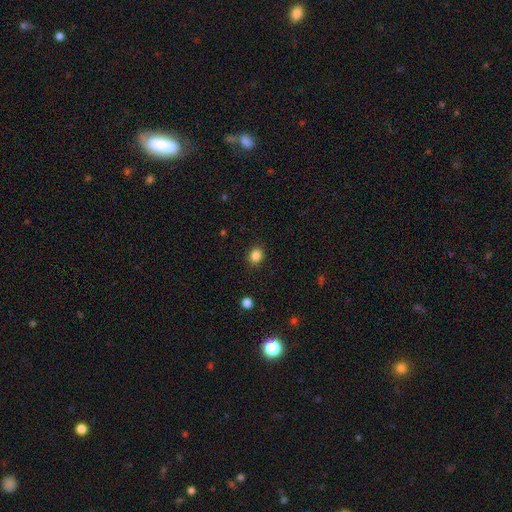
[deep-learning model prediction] Overall: smooth (85%). How rounded: round (69%; in between 30%). Merging: none (89%).